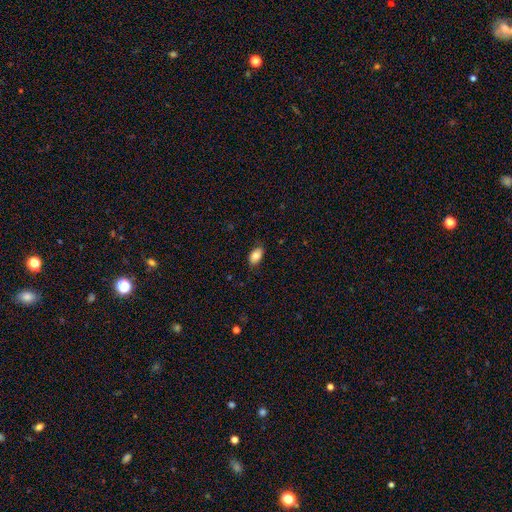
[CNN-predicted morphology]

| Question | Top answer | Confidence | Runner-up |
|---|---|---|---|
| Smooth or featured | smooth | 84% | featured or disk (9%) |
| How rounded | in between | 91% | round (6%) |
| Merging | none | 83% | minor disturbance (13%) |